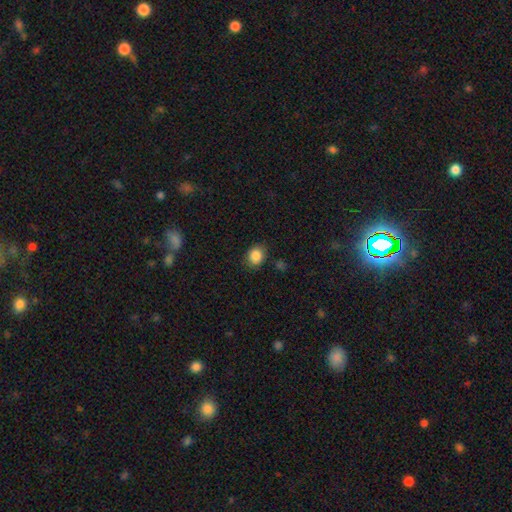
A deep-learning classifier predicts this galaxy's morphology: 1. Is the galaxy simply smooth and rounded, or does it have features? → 86% smooth, 10% star or artifact, 4% featured or disk.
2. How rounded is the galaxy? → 65% round, 34% in between, 1% cigar-shaped.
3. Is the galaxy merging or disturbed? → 83% none, 12% minor disturbance, 3% major disturbance, 2% merger.